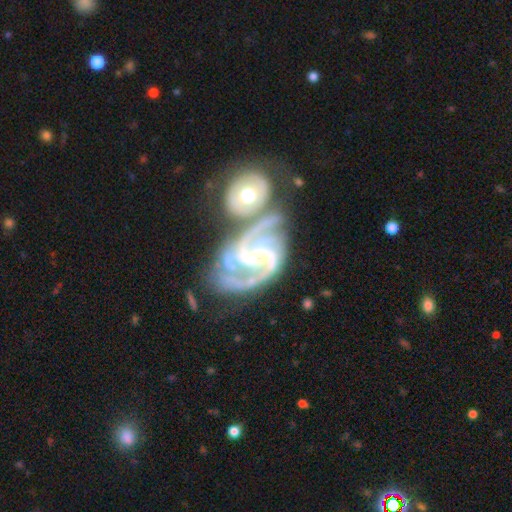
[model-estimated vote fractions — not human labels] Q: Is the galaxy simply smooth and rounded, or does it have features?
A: featured or disk — 93%.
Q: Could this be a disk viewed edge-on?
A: no — 98%.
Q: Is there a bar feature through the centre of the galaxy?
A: weak — 41%.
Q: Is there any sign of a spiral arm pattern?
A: yes — 99%.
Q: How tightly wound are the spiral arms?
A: medium — 56%.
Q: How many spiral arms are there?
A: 2 — 40%.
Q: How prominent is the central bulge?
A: small — 72%.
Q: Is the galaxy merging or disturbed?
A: none — 36%.